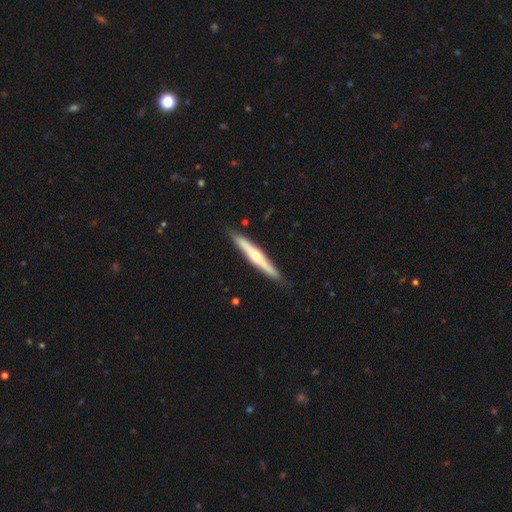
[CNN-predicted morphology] featured or disk 61%, smooth 34%, star or artifact 5%. Down the decision tree: edge-on disk — yes (96%); edge-on bulge — rounded (83%); merging — none (88%).